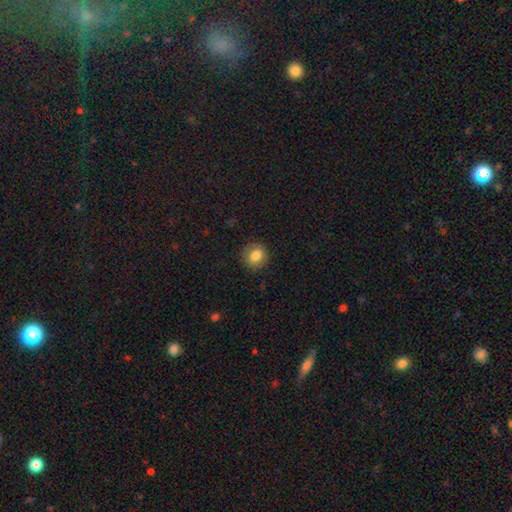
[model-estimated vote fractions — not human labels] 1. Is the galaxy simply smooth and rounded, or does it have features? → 80% smooth, 11% featured or disk, 9% star or artifact.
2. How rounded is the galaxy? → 78% round, 21% in between, 1% cigar-shaped.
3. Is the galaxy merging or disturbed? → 86% none, 10% minor disturbance, 3% major disturbance, 1% merger.